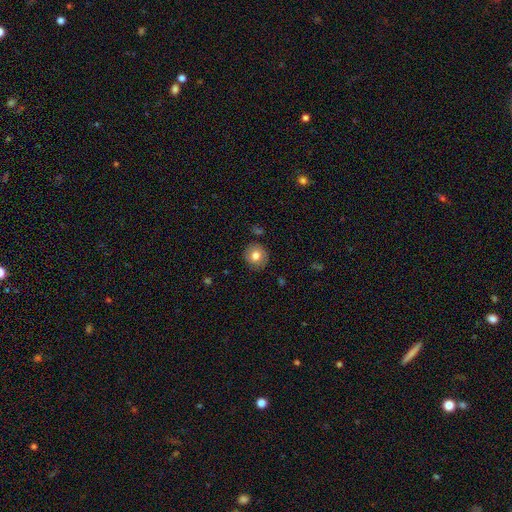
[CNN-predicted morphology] Smooth or featured? Predicted: smooth (p=0.77). How rounded? Predicted: round (p=0.89). Merging? Predicted: none (p=0.85).